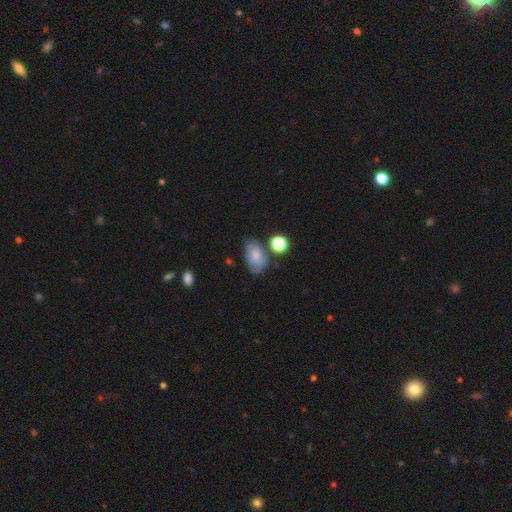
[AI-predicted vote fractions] Smooth or featured? smooth (71%)
How rounded? in between (86%)
Merging? none (54%)